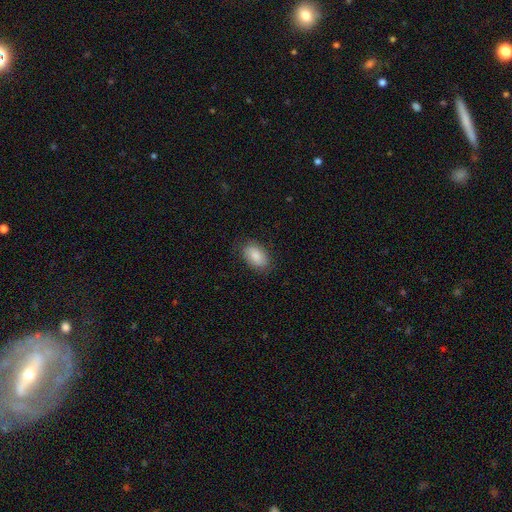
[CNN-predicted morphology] A smooth galaxy with no disk features (84%) that is in between round and cigar-shaped (91%). Merging: none (82%).